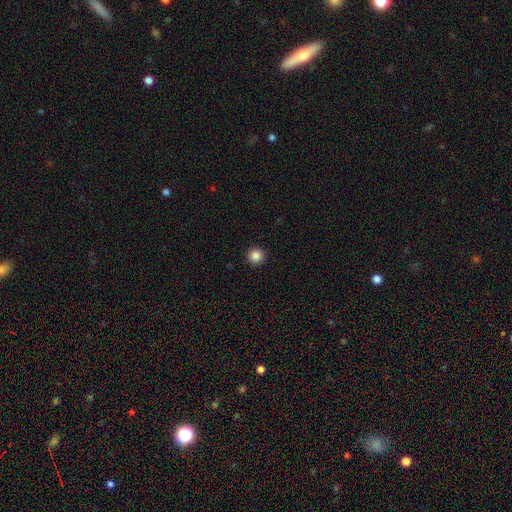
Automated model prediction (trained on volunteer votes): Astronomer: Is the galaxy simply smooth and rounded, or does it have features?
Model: smooth — 86%.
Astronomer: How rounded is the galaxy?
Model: round — 96%.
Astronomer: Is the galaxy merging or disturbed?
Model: none — 94%.